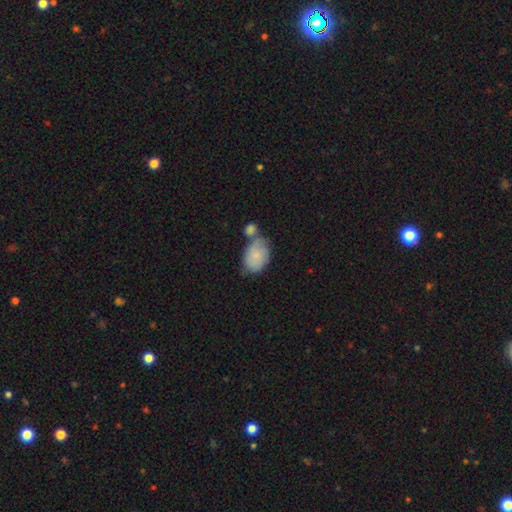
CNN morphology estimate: smooth 75%, featured or disk 19%, star or artifact 7%. Down the decision tree: how rounded — in between (81%); merging — merger (36%, tied with none).